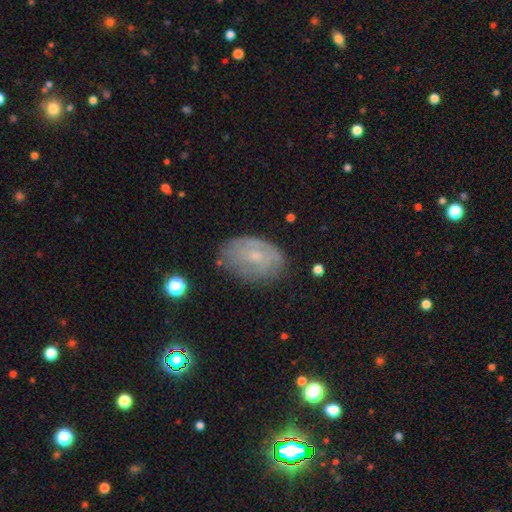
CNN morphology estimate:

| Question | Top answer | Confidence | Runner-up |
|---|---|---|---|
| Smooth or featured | smooth | 45% | featured or disk (44%) |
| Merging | none | 71% | minor disturbance (21%) |